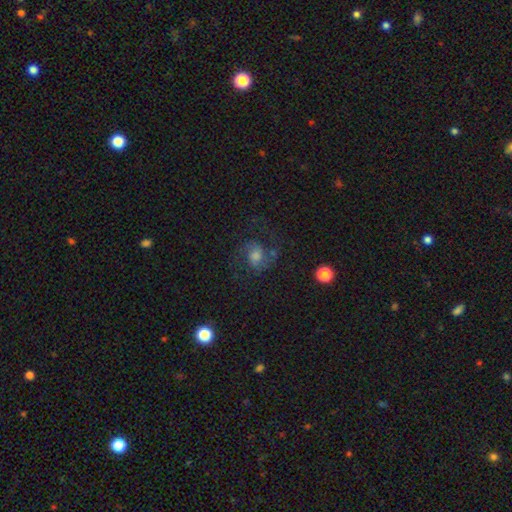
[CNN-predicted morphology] smooth-or-featured: featured or disk: 68% | smooth: 19% | star or artifact: 13%
  disk-edge-on: no: 98% | yes: 2%
    bar: no: 54% | weak: 38% | strong: 7%
    has-spiral-arms: yes: 93% | no: 7%
      spiral-winding: medium: 54% | loose: 30% | tight: 15%
      spiral-arm-count: 2: 89% | can't tell: 4% | 1: 3% | 3: 1% | 4: 1% | more than 4: 1%
    bulge-size: moderate: 50% | small: 22% | large: 19% | none: 8% | dominant: 3%
  merging: none: 68% | minor disturbance: 15% | major disturbance: 14% | merger: 3%